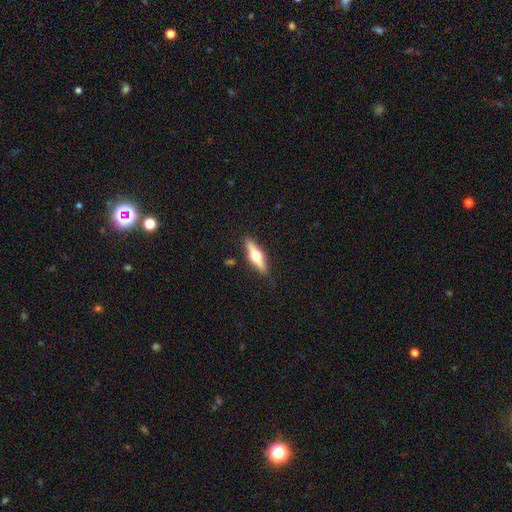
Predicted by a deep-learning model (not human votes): Smooth or featured?
  - featured or disk: 59% *
  - smooth: 35%
  - star or artifact: 6%
Edge-on disk?
  - yes: 95% *
  - no: 5%
Edge-on bulge?
  - rounded: 96% *
  - boxy: 2%
  - none: 2%
Merging?
  - none: 87% *
  - minor disturbance: 9%
  - major disturbance: 2%
  - merger: 1%